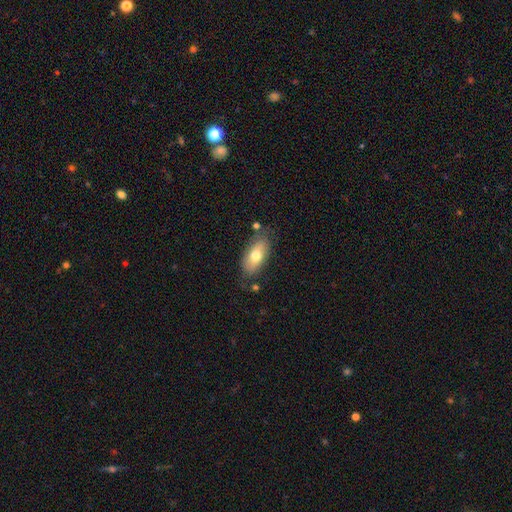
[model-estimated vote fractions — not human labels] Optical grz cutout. It shows a smooth galaxy with no disk features (68%) that is in between round and cigar-shaped (89%). Merging: none (71%).